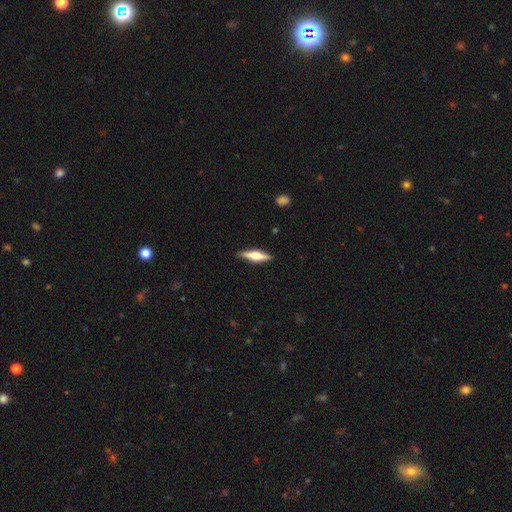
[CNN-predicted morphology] This appears to be a featured or disk galaxy (62%) viewed edge-on (97%) with a rounded central bulge (91%). Merging: none (88%).